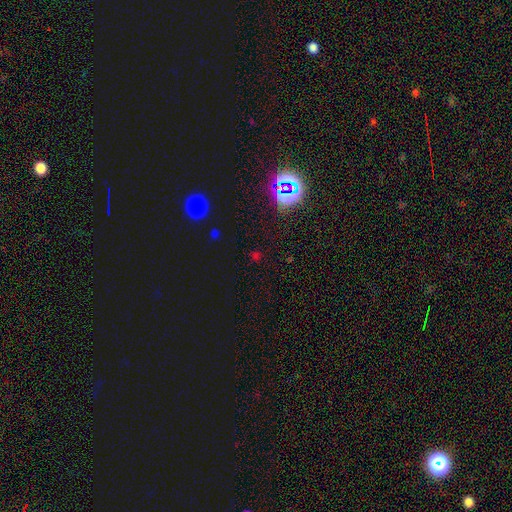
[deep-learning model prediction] The model was most divided on "smooth or featured": star or artifact: 66%, smooth: 27%, featured or disk: 7%.